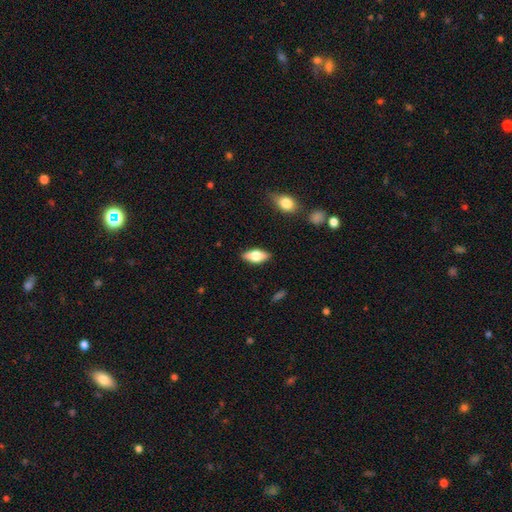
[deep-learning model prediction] Smooth or featured?
  - smooth: 62% *
  - featured or disk: 31%
  - star or artifact: 7%
How rounded?
  - in between: 83% *
  - cigar-shaped: 13%
  - round: 3%
Merging?
  - none: 87% *
  - minor disturbance: 9%
  - major disturbance: 2%
  - merger: 1%